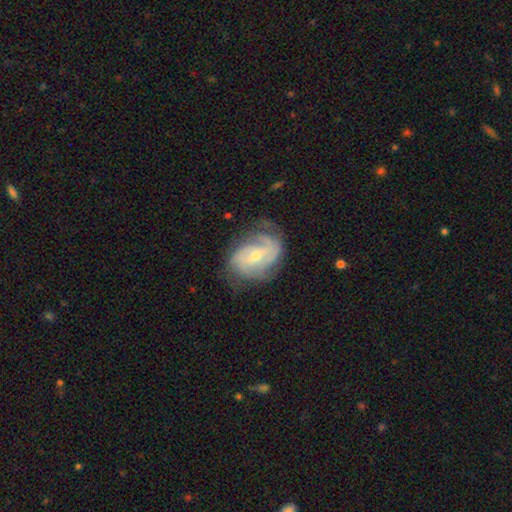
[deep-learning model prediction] Q: Smooth or featured?
A: featured or disk (81%); runner-up: smooth (13%)
Q: Edge-on disk?
A: no (97%); runner-up: yes (3%)
Q: Bar?
A: weak (51%); runner-up: no (31%)
Q: Spiral arms?
A: yes (93%); runner-up: no (7%)
Q: Spiral winding?
A: tight (48%); runner-up: medium (39%)
Q: Spiral arm count?
A: 2 (42%); runner-up: can't tell (26%)
Q: Bulge size?
A: small (52%); runner-up: moderate (44%)
Q: Merging?
A: none (61%); runner-up: minor disturbance (24%)